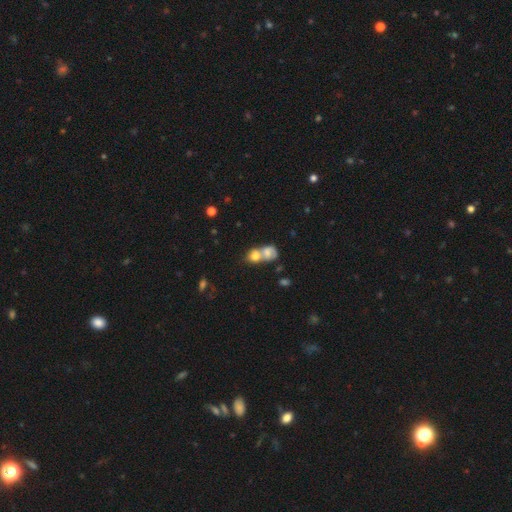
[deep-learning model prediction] This is likely a smooth galaxy (67%). How rounded: possibly round (54%). Merging: likely merger (69%).